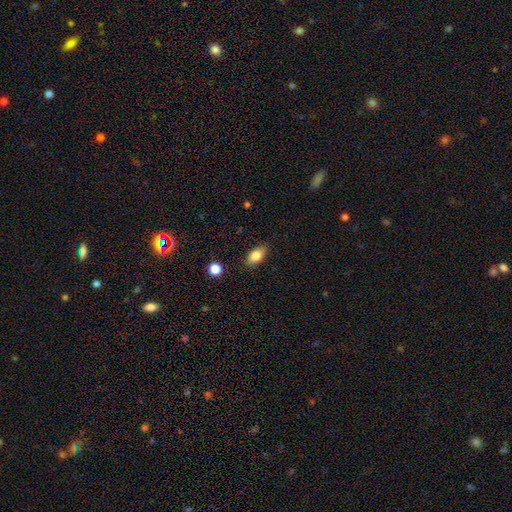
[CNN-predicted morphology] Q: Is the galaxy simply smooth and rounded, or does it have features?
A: smooth — 79%.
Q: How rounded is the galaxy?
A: in between — 87%.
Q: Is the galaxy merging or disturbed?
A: none — 85%.